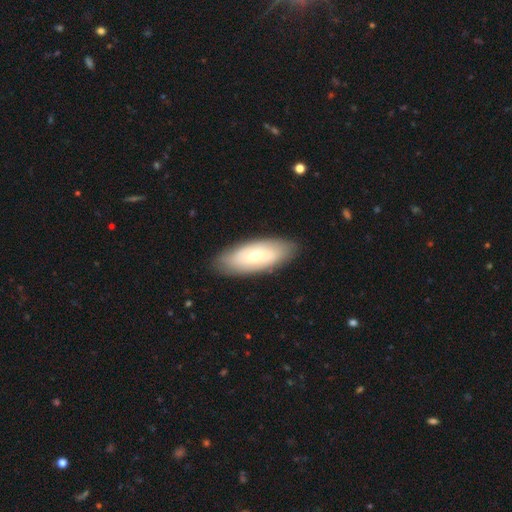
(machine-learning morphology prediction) Q: Smooth or featured?
A: smooth (49%); runner-up: featured or disk (45%)
Q: Merging?
A: none (86%); runner-up: minor disturbance (11%)